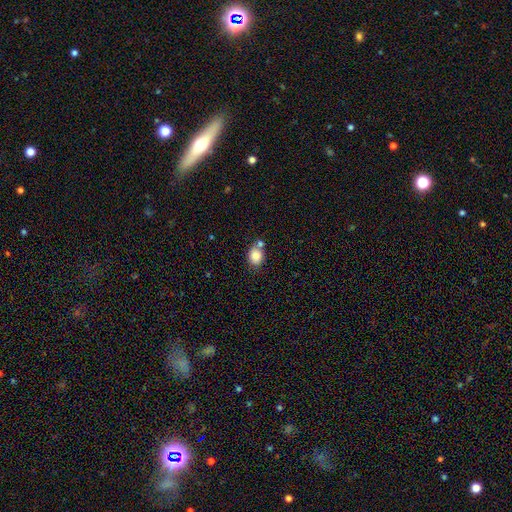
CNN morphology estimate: smooth_or_featured: smooth (p=0.84) [alt: star or artifact p=0.09]
how_rounded: in between (p=0.53) [alt: round p=0.46]
merging: none (p=0.56) [alt: merger p=0.25]